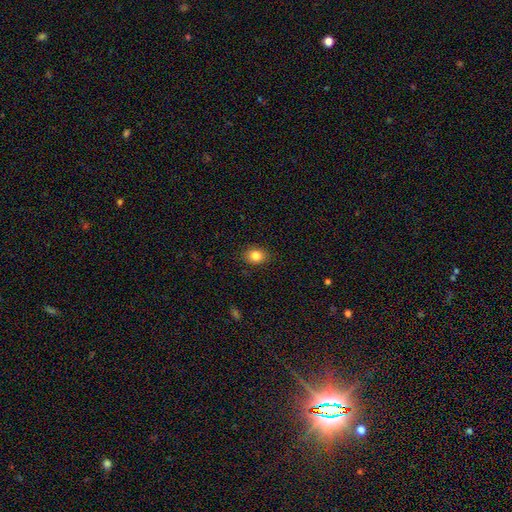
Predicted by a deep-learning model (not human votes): The model was most divided on "how rounded": in between: 50%, round: 49%, cigar-shaped: 1%. More confident: merging — none (87%); smooth or featured — smooth (84%).